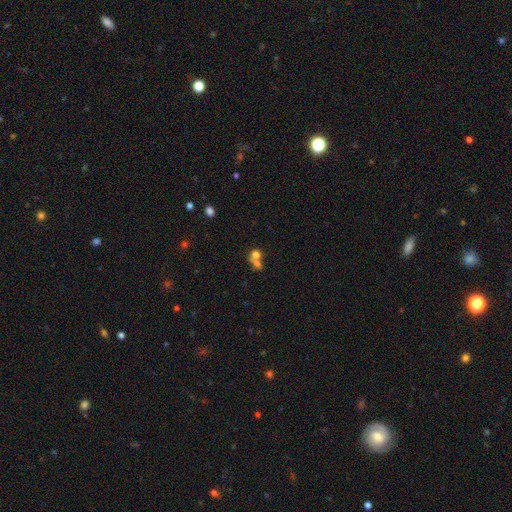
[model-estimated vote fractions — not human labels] Overall: smooth (66%). How rounded: round (67%; in between 31%). Merging: merger (60%; none 28%).